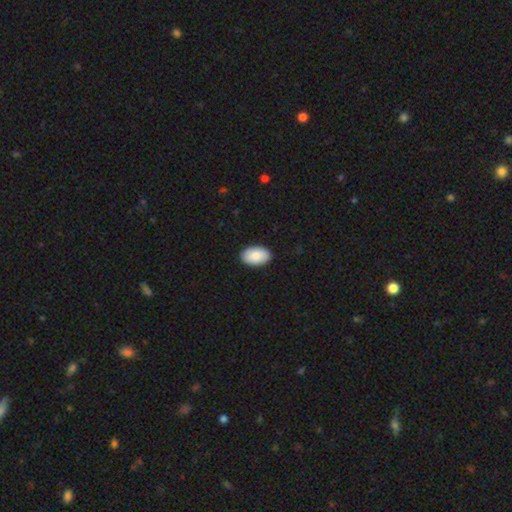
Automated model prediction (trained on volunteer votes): This appears to be a smooth galaxy with no disk features (90%) that is in between round and cigar-shaped (95%). Merging: none (91%).